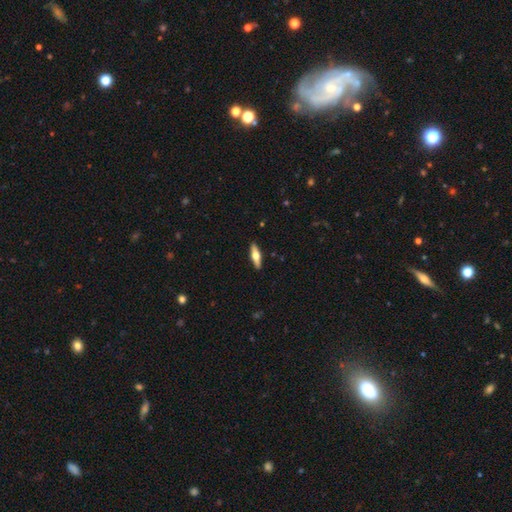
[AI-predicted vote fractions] smooth_or_featured: featured or disk (p=0.53) [alt: smooth p=0.41]
disk_edge_on: yes (p=0.93) [alt: no p=0.07]
merging: none (p=0.91) [alt: minor disturbance p=0.07]